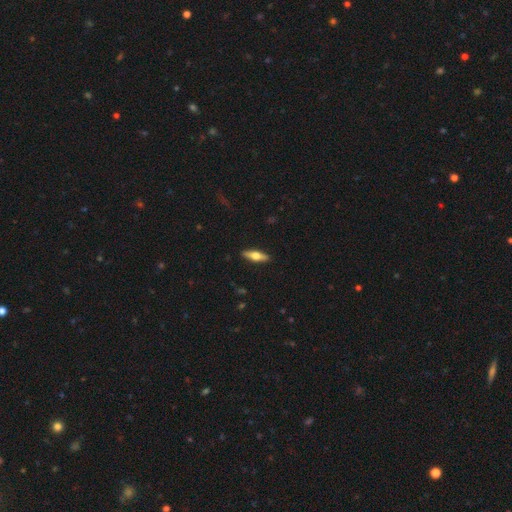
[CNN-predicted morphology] smooth-or-featured: smooth: 48% | featured or disk: 46% | star or artifact: 6%
  merging: none: 90% | minor disturbance: 7% | major disturbance: 2% | merger: 1%